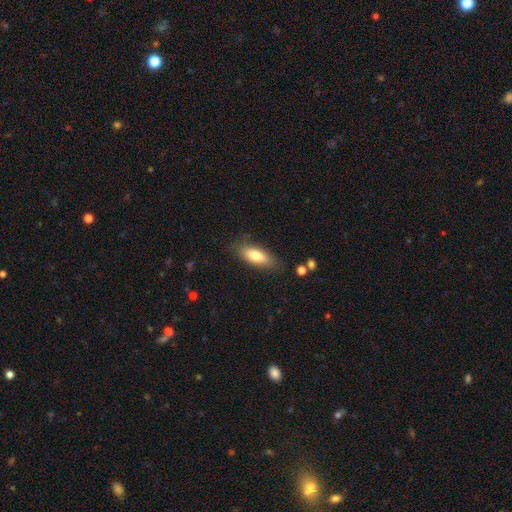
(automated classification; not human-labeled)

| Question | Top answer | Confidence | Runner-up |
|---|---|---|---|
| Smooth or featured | smooth | 77% | featured or disk (16%) |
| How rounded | in between | 75% | cigar-shaped (22%) |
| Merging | none | 81% | minor disturbance (13%) |